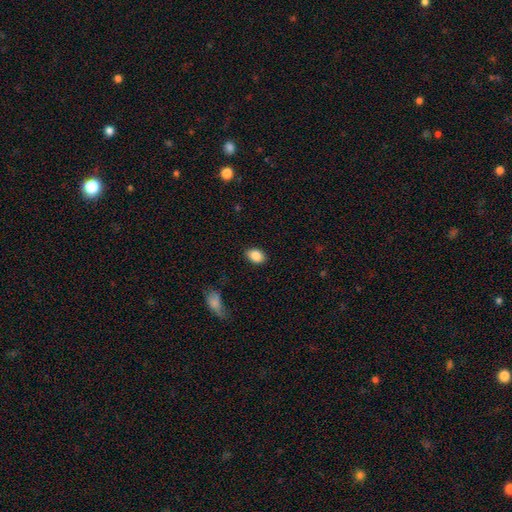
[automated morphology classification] type=smooth (86%); roundness=in between (81%); merging=none (87%).